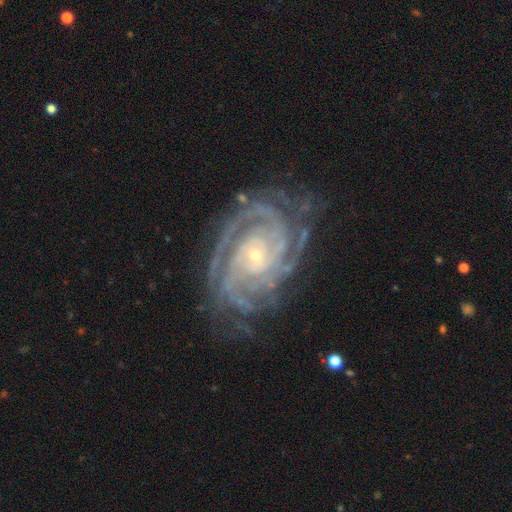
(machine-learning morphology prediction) This is clearly a featured or disk galaxy (91%). It is clearly not viewed edge-on (97%). Bar: likely no (71%). Spiral arm pattern: clearly yes (98%). Spiral arm count: marginally 4 (25%). Spiral winding: likely tight (78%). Central bulge: likely small (78%). Merging: likely none (74%).